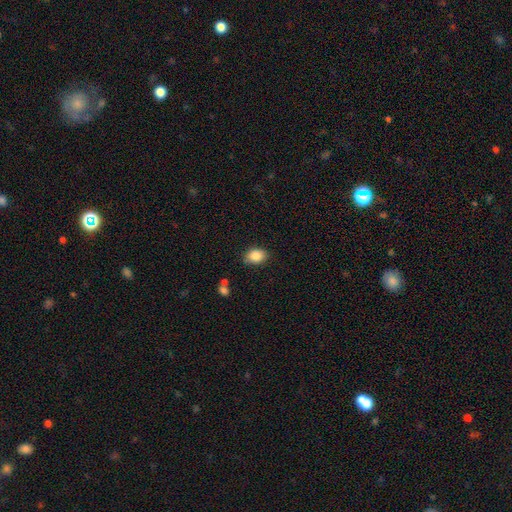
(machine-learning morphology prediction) smooth-or-featured: smooth: 86% | star or artifact: 8% | featured or disk: 6%
  how-rounded: in between: 70% | round: 29% | cigar-shaped: 1%
  merging: none: 81% | minor disturbance: 14% | major disturbance: 3% | merger: 2%